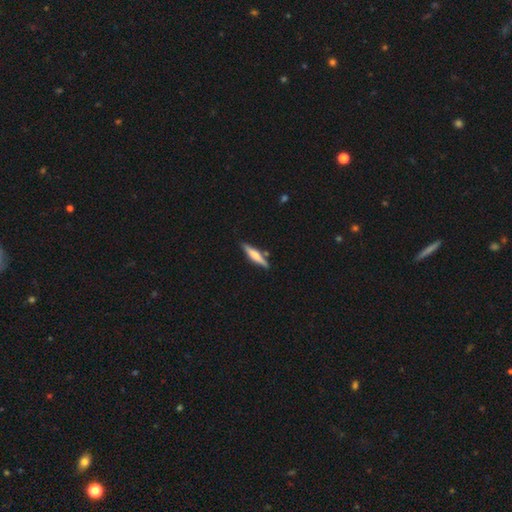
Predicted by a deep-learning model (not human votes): This is possibly a featured or disk galaxy (48%). Merging: clearly none (83%).